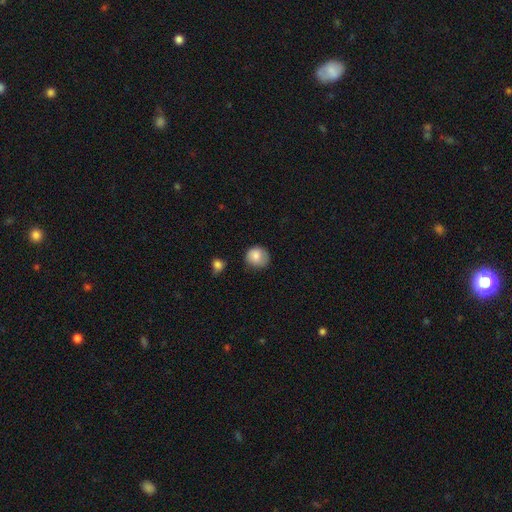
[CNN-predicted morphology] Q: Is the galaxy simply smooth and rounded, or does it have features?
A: smooth — 81%.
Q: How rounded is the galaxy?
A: round — 82%.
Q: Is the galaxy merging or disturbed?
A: none — 65%.